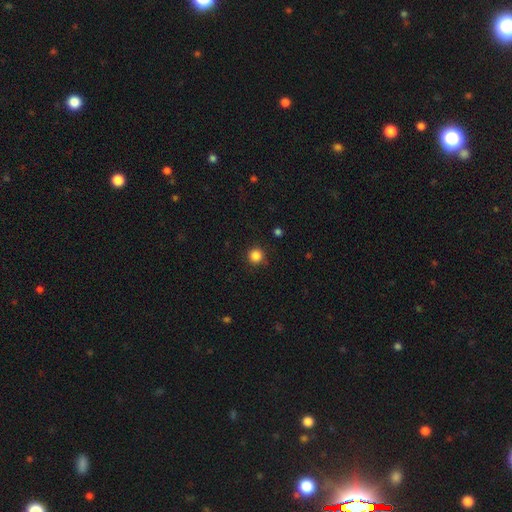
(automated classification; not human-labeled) Smooth or featured? smooth (85%)
How rounded? round (95%)
Merging? none (90%)